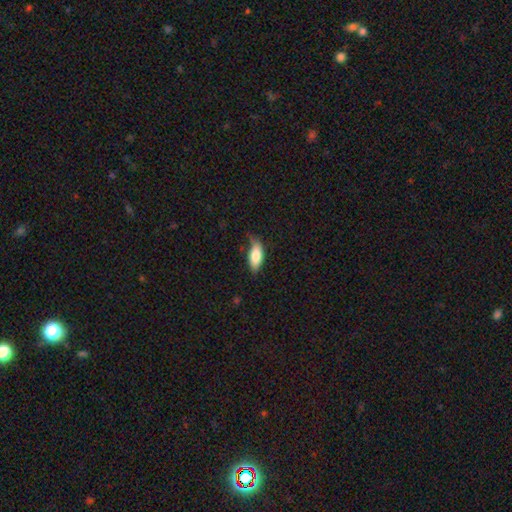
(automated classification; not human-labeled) A smooth galaxy with no disk features (78%) that is in between round and cigar-shaped (83%).

Vote fractions:
- Smooth or featured? smooth: 78% / featured or disk: 16% / star or artifact: 6%
- How rounded? in between: 83% / cigar-shaped: 14% / round: 3%
- Merging? none: 54% / minor disturbance: 34% / major disturbance: 9% / merger: 3%